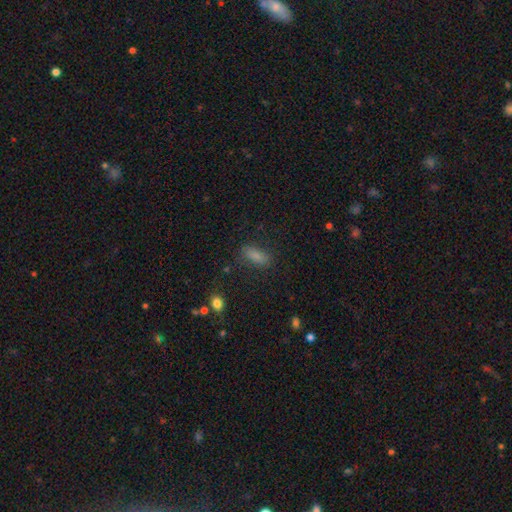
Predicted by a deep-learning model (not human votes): A smooth galaxy with no disk features (70%) that is in between round and cigar-shaped (61%). Merging: none (81%).